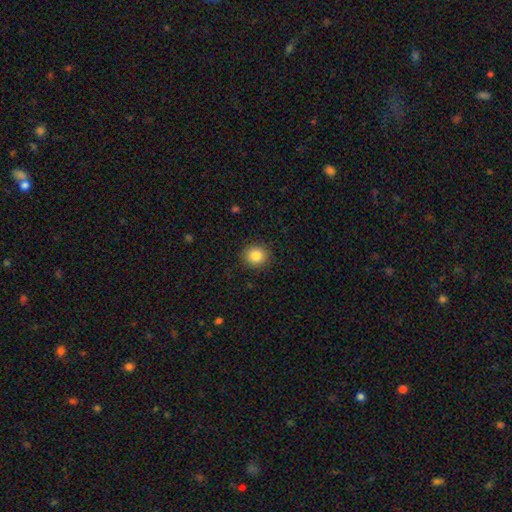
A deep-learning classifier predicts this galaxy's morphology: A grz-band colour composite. It shows a smooth galaxy with no disk features (85%) that is round (85%). Merging: none (90%).